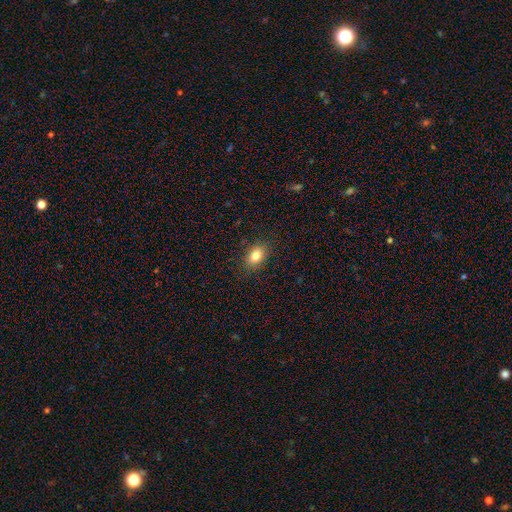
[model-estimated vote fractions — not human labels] Smooth or featured? smooth (83%)
How rounded? in between (82%)
Merging? none (87%)